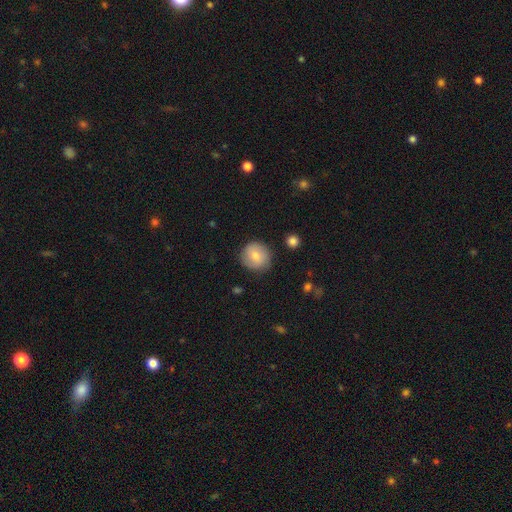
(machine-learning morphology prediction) Smooth or featured? smooth (72%)
How rounded? round (91%)
Merging? none (81%)